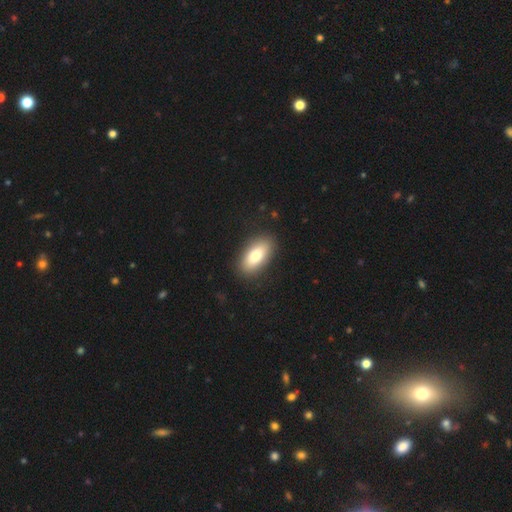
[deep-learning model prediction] smooth_or_featured: smooth (p=0.78) [alt: featured or disk p=0.15]
how_rounded: in between (p=0.89) [alt: cigar-shaped p=0.07]
merging: none (p=0.88) [alt: minor disturbance p=0.08]